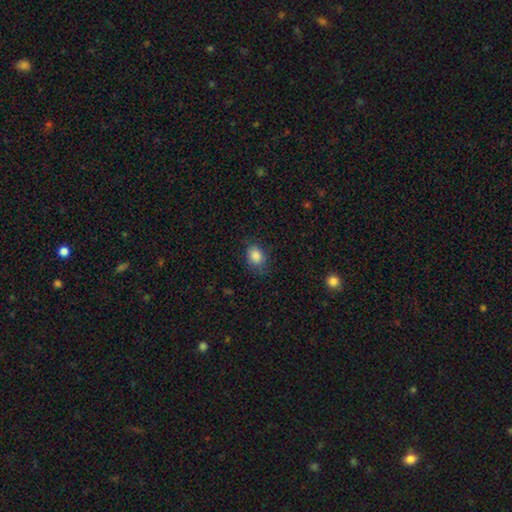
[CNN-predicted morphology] Overall: smooth (85%). How rounded: in between (70%). Merging: none (73%).